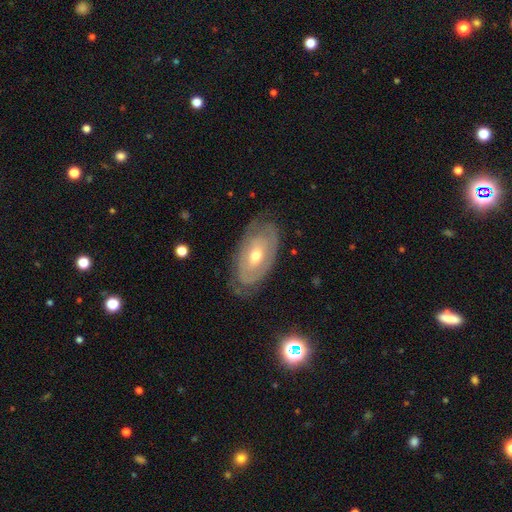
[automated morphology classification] Q: Smooth or featured?
A: featured or disk (72%); runner-up: smooth (23%)
Q: Edge-on disk?
A: no (92%); runner-up: yes (8%)
Q: Bar?
A: no (71%); runner-up: weak (23%)
Q: Spiral arms?
A: yes (65%); runner-up: no (35%)
Q: Bulge size?
A: moderate (63%); runner-up: small (32%)
Q: Merging?
A: none (72%); runner-up: minor disturbance (19%)